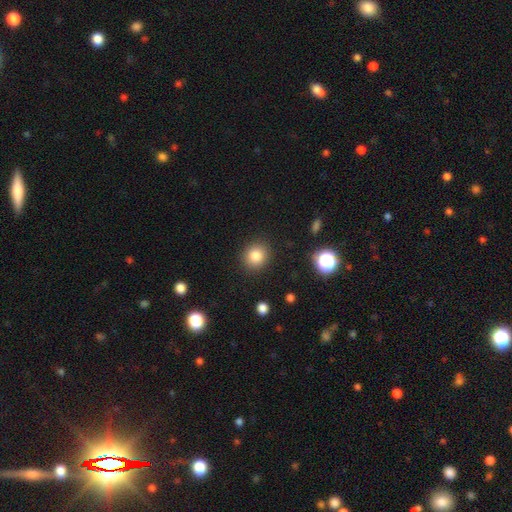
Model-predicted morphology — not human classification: Smooth or featured? Predicted: smooth (p=0.83). How rounded? Predicted: round (p=0.83). Merging? Predicted: none (p=0.89).